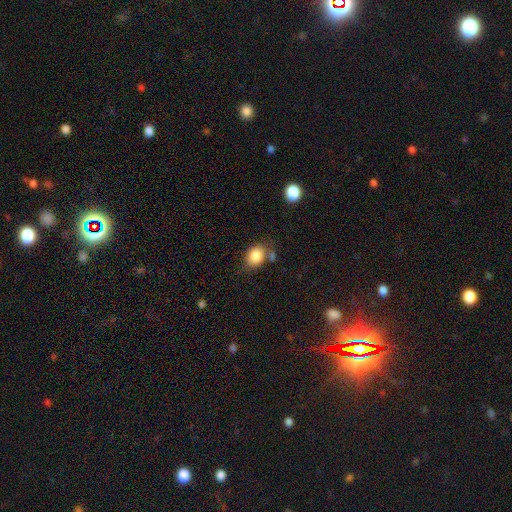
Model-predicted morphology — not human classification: Smooth or featured?
  - smooth: 85% *
  - star or artifact: 9%
  - featured or disk: 7%
How rounded?
  - in between: 56% *
  - round: 43%
  - cigar-shaped: 1%
Merging?
  - none: 63% *
  - minor disturbance: 20%
  - merger: 12%
  - major disturbance: 6%